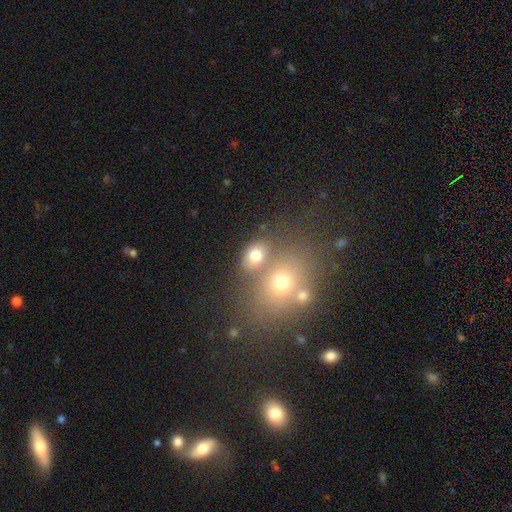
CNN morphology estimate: Smooth or featured? Predicted: smooth (p=0.73). How rounded? Predicted: in between (p=0.54). Merging? Predicted: none (p=0.54).